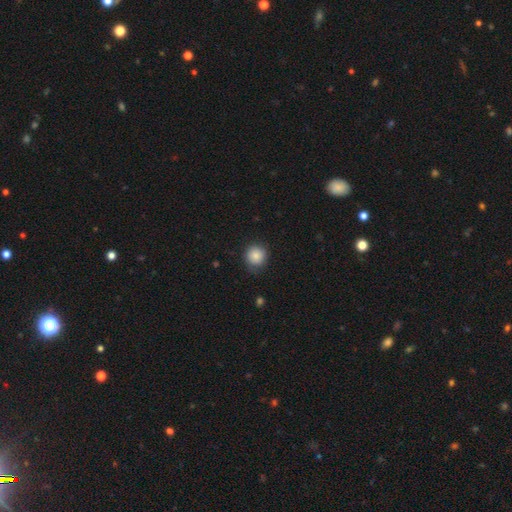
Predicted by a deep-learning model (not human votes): A smooth galaxy with no disk features (86%) that is round (91%). Merging: none (78%).